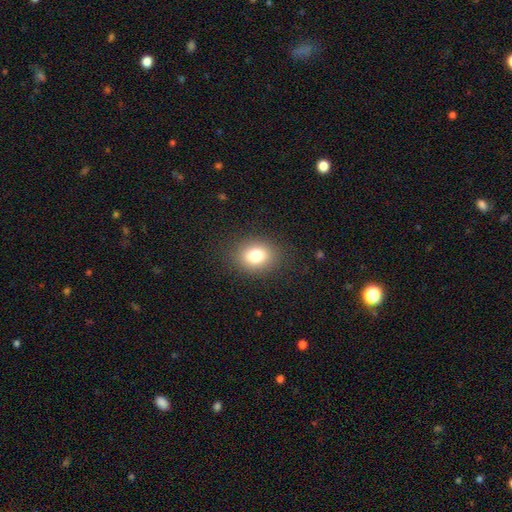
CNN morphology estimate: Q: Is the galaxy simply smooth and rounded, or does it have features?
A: smooth — 79%.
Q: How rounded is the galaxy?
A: in between — 50%.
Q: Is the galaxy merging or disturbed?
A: none — 87%.